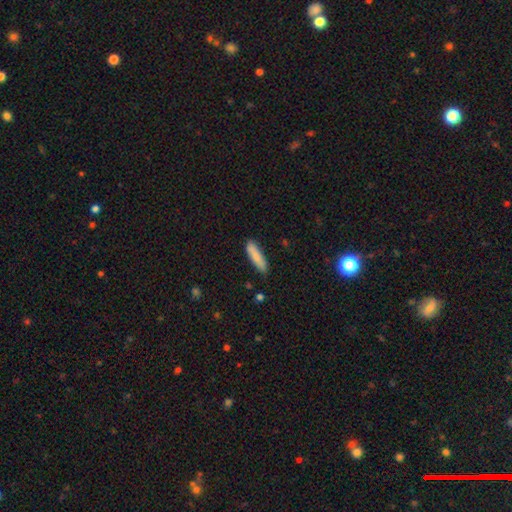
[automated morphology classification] smooth 84%, featured or disk 10%, star or artifact 6%. Down the decision tree: how rounded — cigar-shaped (72%); merging — none (82%).